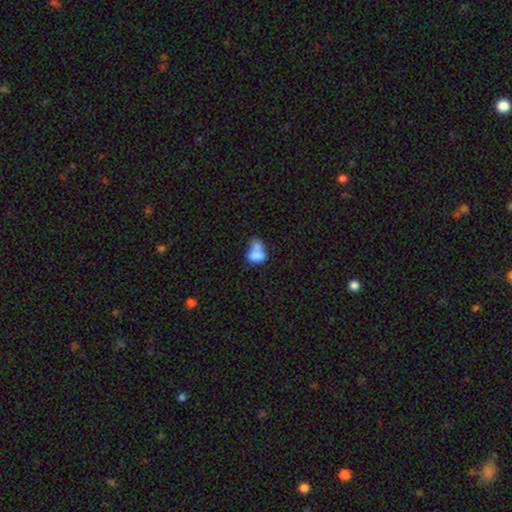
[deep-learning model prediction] Q: Smooth or featured?
A: smooth (72%); runner-up: featured or disk (18%)
Q: How rounded?
A: in between (81%); runner-up: round (17%)
Q: Merging?
A: merger (50%); runner-up: none (19%)